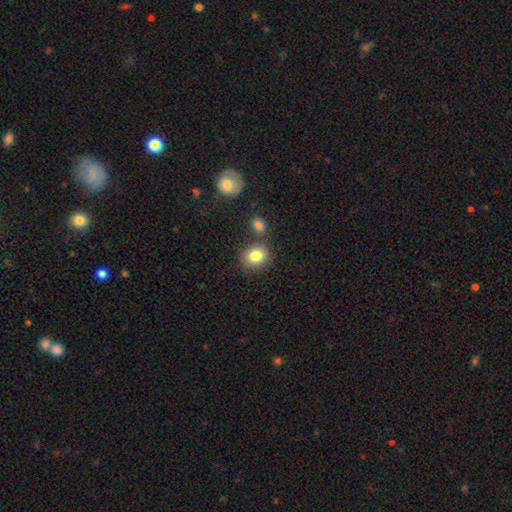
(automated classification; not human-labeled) Overall: smooth (83%). How rounded: round (69%; in between 30%). Merging: none (74%).